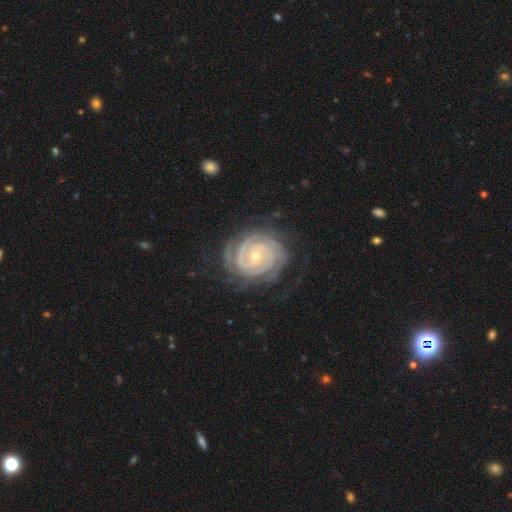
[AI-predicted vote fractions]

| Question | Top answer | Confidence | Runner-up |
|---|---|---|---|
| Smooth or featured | featured or disk | 92% | star or artifact (5%) |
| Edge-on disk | no | 98% | yes (2%) |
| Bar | no | 66% | weak (23%) |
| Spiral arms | yes | 98% | no (2%) |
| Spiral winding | tight | 86% | medium (12%) |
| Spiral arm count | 2 | 29% | 3 (23%) |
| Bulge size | small | 68% | moderate (29%) |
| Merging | none | 76% | minor disturbance (16%) |